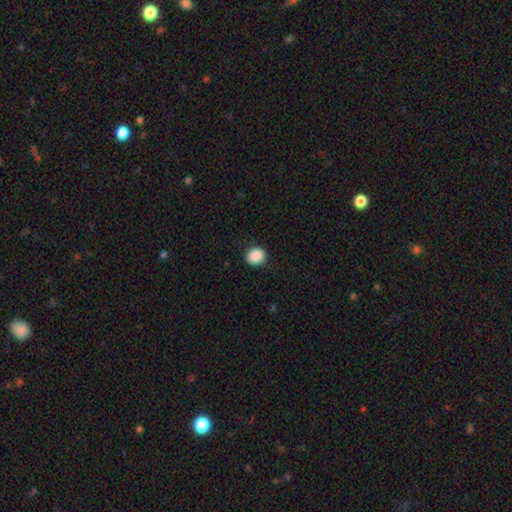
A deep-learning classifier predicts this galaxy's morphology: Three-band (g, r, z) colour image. It shows a smooth galaxy with no disk features (89%) that is round (73%). Merging: none (87%).